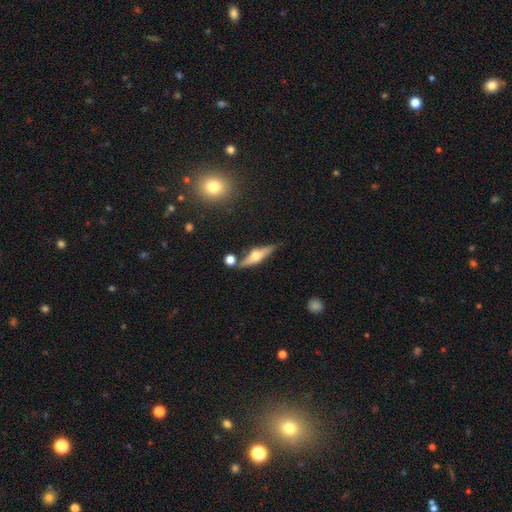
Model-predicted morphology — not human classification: A featured or disk galaxy (61%) viewed edge-on (93%) with a rounded central bulge (90%).

Vote fractions:
- Smooth or featured? featured or disk: 61% / smooth: 31% / star or artifact: 8%
- Edge-on disk? yes: 93% / no: 7%
- Edge-on bulge? rounded: 90% / boxy: 6% / none: 3%
- Merging? none: 74% / minor disturbance: 14% / merger: 9% / major disturbance: 4%